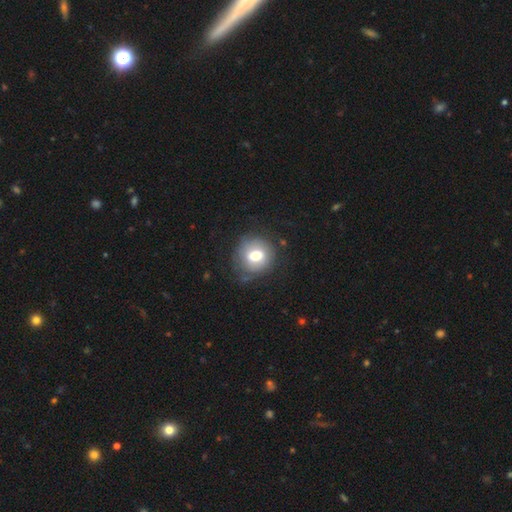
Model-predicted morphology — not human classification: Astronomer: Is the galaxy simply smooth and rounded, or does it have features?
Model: smooth — 65%.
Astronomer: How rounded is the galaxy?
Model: round — 80%.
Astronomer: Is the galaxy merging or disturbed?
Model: none — 70%.